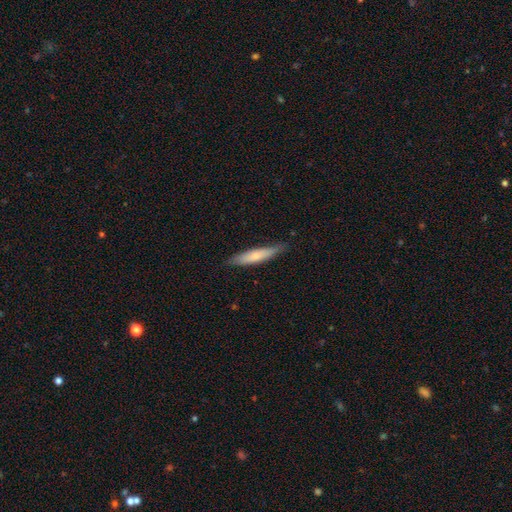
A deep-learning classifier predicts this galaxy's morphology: A smooth galaxy with no disk features (69%) that is cigar-shaped (85%).

Vote fractions:
- Smooth or featured? smooth: 69% / featured or disk: 25% / star or artifact: 5%
- How rounded? cigar-shaped: 85% / in between: 14% / round: 1%
- Merging? none: 81% / minor disturbance: 16% / major disturbance: 2% / merger: 1%